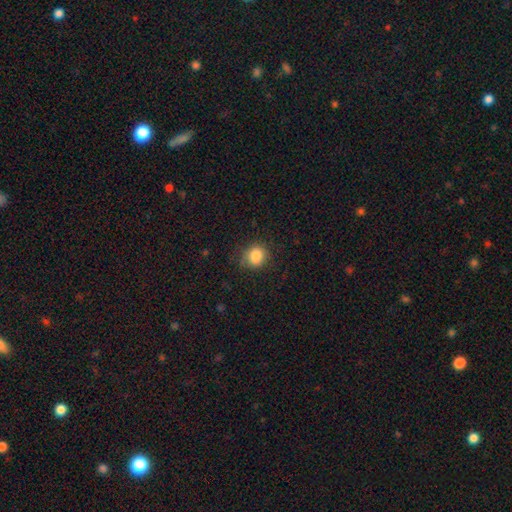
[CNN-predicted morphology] Smooth or featured? Predicted: smooth (p=0.84). How rounded? Predicted: round (p=0.75). Merging? Predicted: none (p=0.78).